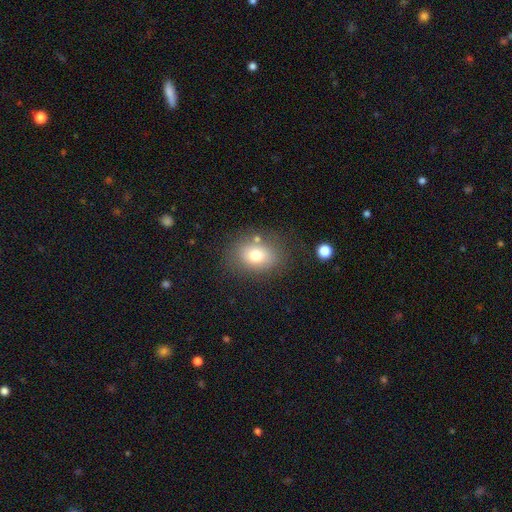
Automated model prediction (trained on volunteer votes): Overall: smooth (75%). How rounded: in between (56%; round 43%). Merging: none (75%).